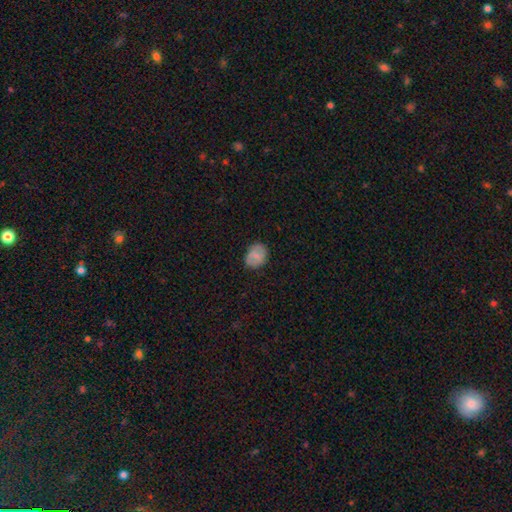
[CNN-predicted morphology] This is likely a smooth galaxy (69%). How rounded: likely in between (61%). Merging: clearly none (80%).